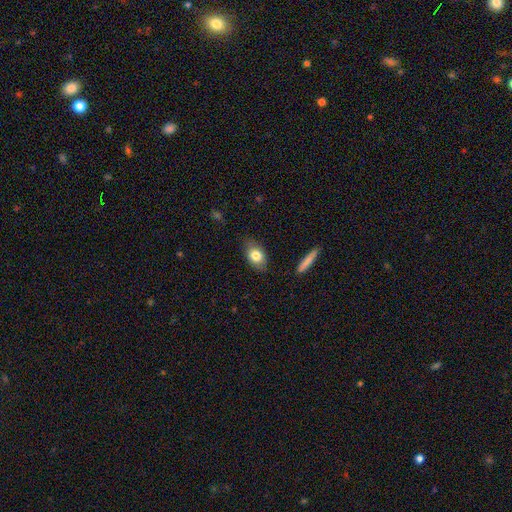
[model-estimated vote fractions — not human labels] Smooth or featured: smooth — 79% (featured or disk — 13%)
How rounded: in between — 82% (round — 15%)
Merging: none — 80% (minor disturbance — 15%)